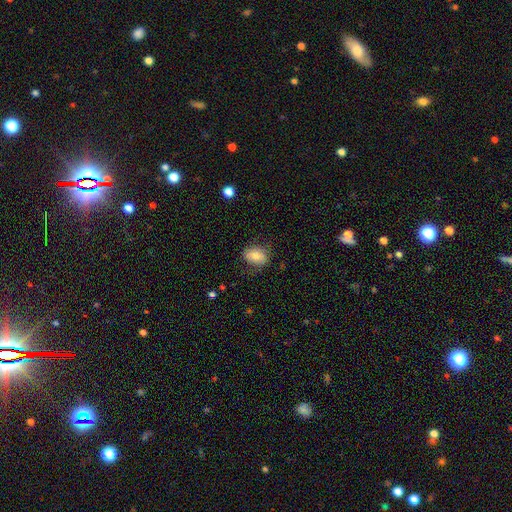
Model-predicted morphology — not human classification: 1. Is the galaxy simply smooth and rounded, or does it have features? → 74% smooth, 18% featured or disk, 8% star or artifact.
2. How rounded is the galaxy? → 77% in between, 21% round, 1% cigar-shaped.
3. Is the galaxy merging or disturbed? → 70% none, 21% minor disturbance, 8% major disturbance, 1% merger.